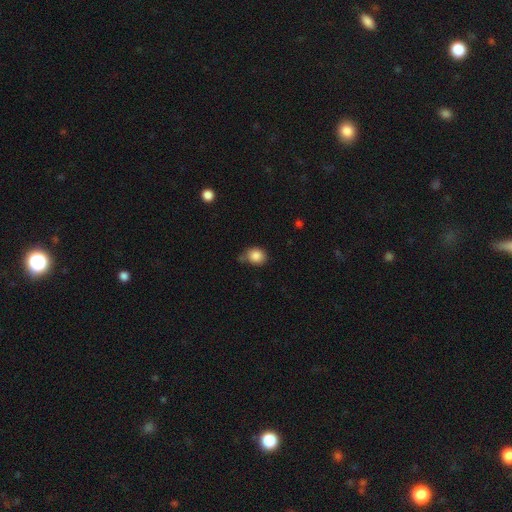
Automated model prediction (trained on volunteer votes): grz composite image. It shows a smooth galaxy with no disk features (86%) that is round (66%). Merging: none (60%).